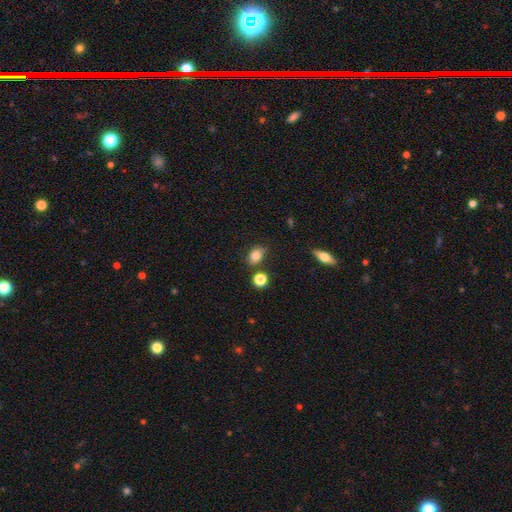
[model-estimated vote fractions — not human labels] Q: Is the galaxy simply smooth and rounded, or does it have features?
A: smooth — 81%.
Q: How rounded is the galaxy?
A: in between — 69%.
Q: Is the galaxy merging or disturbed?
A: none — 75%.